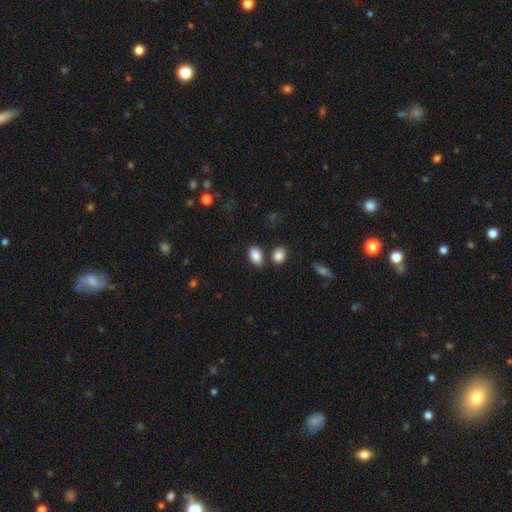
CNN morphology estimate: Overall: smooth (87%). How rounded: in between (89%). Merging: none (75%).